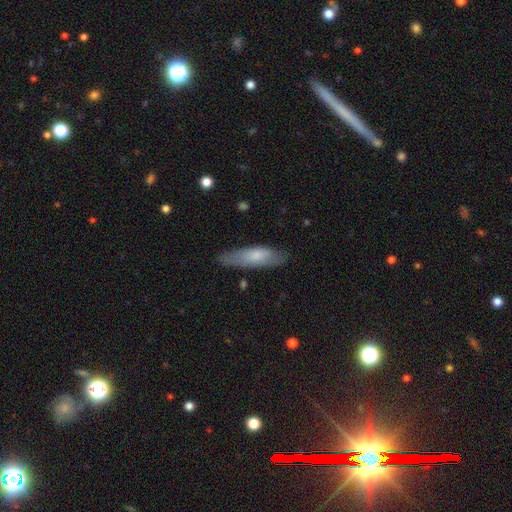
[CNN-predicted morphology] smooth-or-featured: smooth: 70% | featured or disk: 24% | star or artifact: 6%
  how-rounded: cigar-shaped: 58% | in between: 40% | round: 2%
  merging: none: 74% | minor disturbance: 20% | major disturbance: 4% | merger: 1%